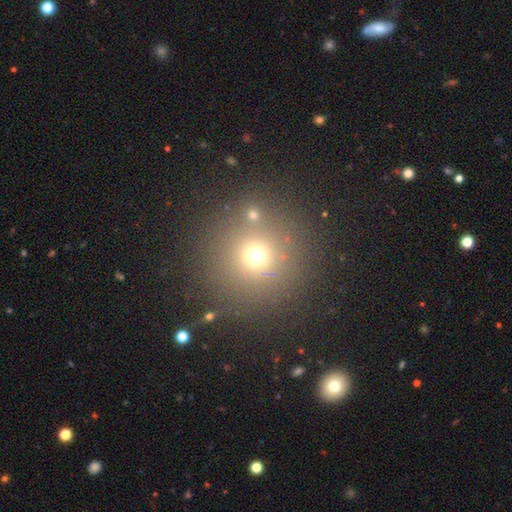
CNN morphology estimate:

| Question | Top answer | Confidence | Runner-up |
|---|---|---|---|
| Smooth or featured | smooth | 65% | star or artifact (25%) |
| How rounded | round | 93% | in between (6%) |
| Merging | none | 76% | merger (10%) |